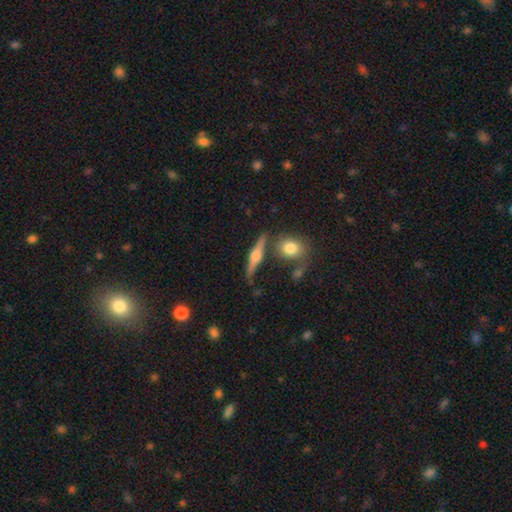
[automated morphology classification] Smooth or featured?
  - featured or disk: 70% *
  - smooth: 23%
  - star or artifact: 7%
Edge-on disk?
  - yes: 95% *
  - no: 5%
Edge-on bulge?
  - rounded: 92% *
  - boxy: 5%
  - none: 3%
Merging?
  - none: 76% *
  - minor disturbance: 12%
  - merger: 8%
  - major disturbance: 4%